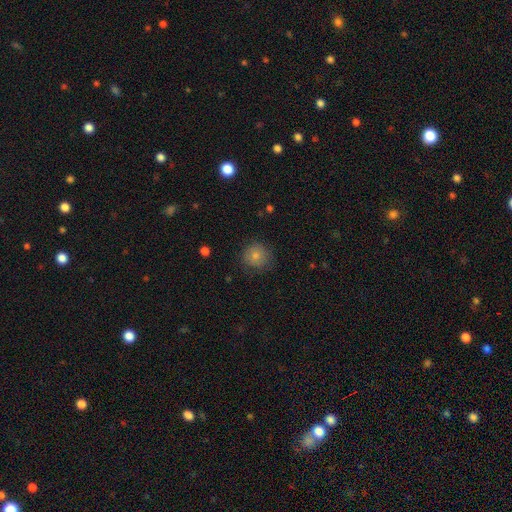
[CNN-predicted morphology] Q: Smooth or featured?
A: smooth (80%); runner-up: star or artifact (10%)
Q: How rounded?
A: round (91%); runner-up: in between (8%)
Q: Merging?
A: none (79%); runner-up: minor disturbance (15%)